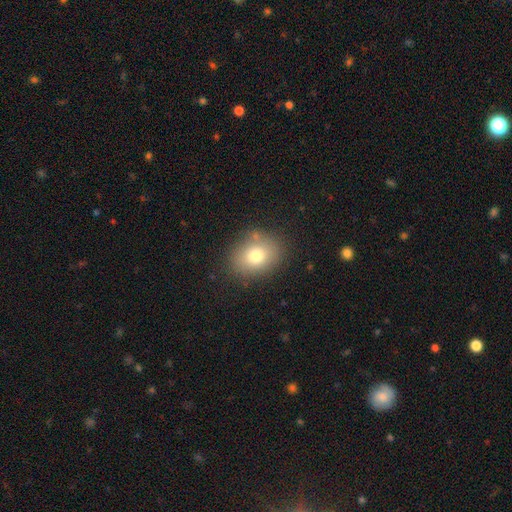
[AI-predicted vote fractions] Smooth or featured? Predicted: smooth (p=0.76). How rounded? Predicted: round (p=0.51). Merging? Predicted: none (p=0.82).